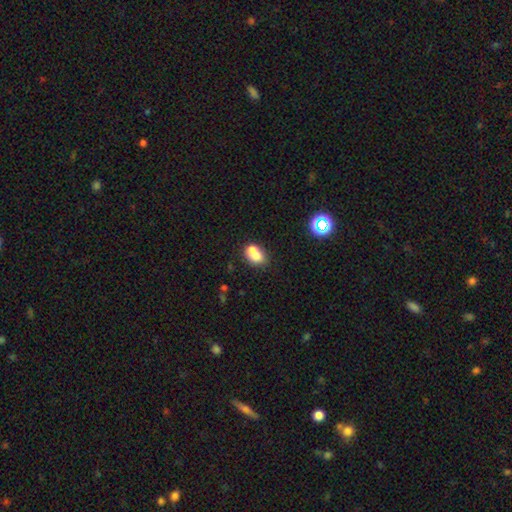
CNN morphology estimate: smooth-or-featured: smooth: 69% | featured or disk: 19% | star or artifact: 12%
  how-rounded: in between: 60% | round: 38% | cigar-shaped: 2%
  merging: merger: 55% | none: 31% | minor disturbance: 10% | major disturbance: 4%